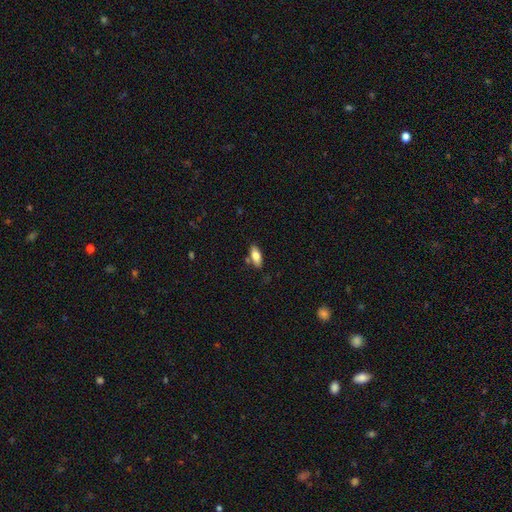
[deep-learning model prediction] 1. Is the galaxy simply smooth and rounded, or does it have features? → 77% smooth, 16% featured or disk, 7% star or artifact.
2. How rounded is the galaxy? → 81% in between, 17% cigar-shaped, 2% round.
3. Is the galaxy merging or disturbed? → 76% none, 14% minor disturbance, 6% merger, 3% major disturbance.